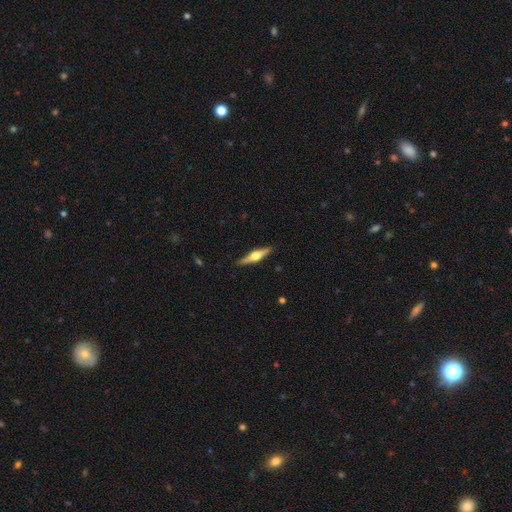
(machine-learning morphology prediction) Smooth or featured? Predicted: featured or disk (p=0.74). Edge-on disk? Predicted: yes (p=0.98). Edge-on bulge? Predicted: rounded (p=0.94). Merging? Predicted: none (p=0.90).